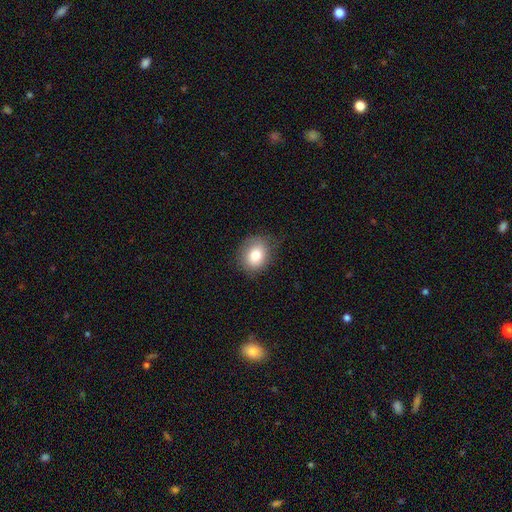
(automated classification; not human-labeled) Morphology: type=smooth (79%); roundness=round (64%); merging=none (75%).